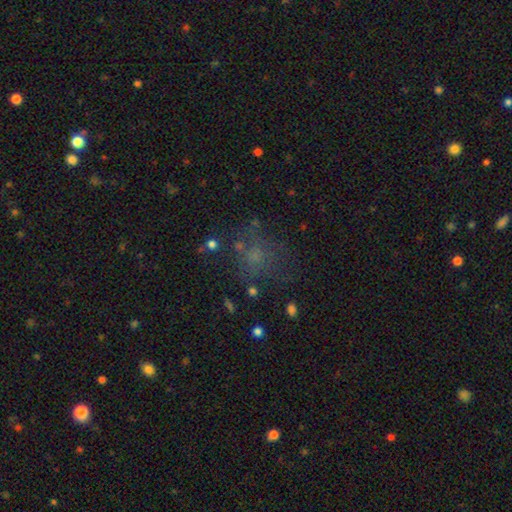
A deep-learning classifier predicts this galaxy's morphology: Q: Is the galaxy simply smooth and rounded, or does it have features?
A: smooth — 52%.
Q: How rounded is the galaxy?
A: round — 70%.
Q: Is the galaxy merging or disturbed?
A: none — 58%.